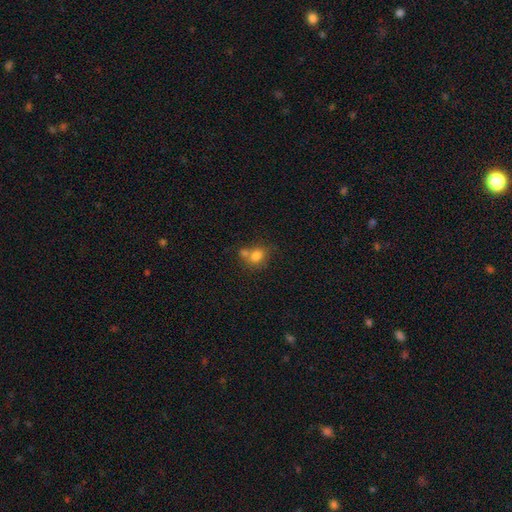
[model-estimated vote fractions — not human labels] Morphology: type=smooth (78%); roundness=round (52%); merging=merger (41%, tied with none).